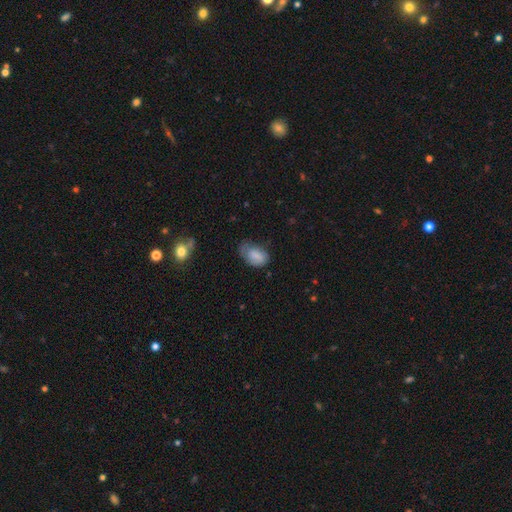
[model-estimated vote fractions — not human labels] smooth 77%, featured or disk 15%, star or artifact 8%. Down the decision tree: how rounded — in between (88%); merging — none (41%).